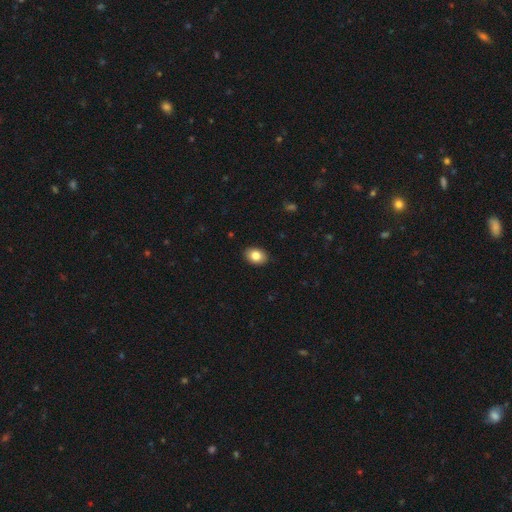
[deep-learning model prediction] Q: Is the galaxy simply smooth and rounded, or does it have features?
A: smooth — 84%.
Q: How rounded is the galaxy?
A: in between — 74%.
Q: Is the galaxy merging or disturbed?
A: none — 89%.